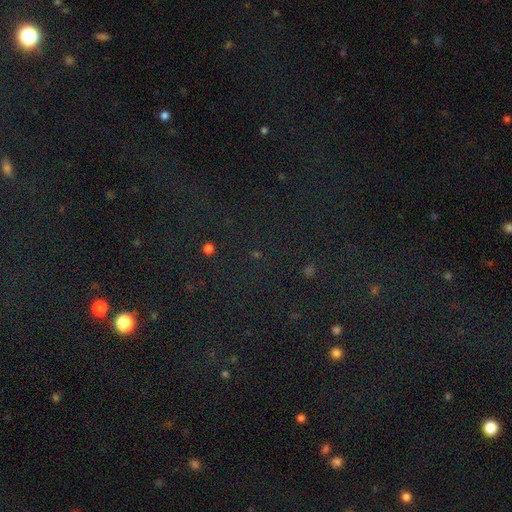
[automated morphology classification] This is likely a star or artifact rather than a galaxy (77%).